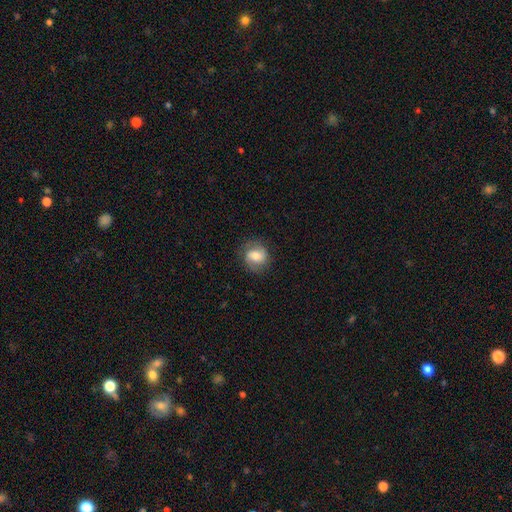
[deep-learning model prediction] Q: Smooth or featured?
A: smooth (48%); runner-up: featured or disk (44%)
Q: Merging?
A: none (78%); runner-up: minor disturbance (15%)